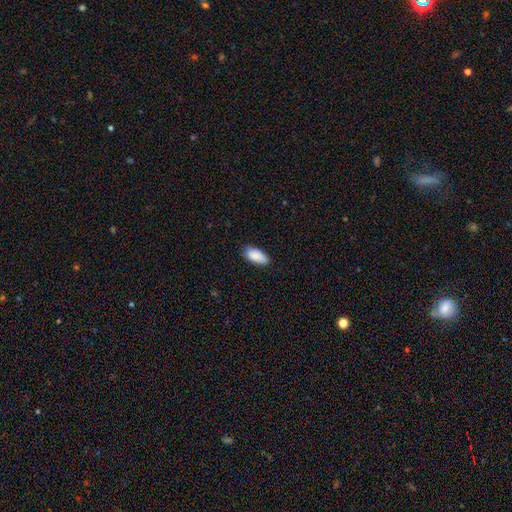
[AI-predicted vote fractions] Overall: smooth (89%). How rounded: in between (91%). Merging: none (81%).